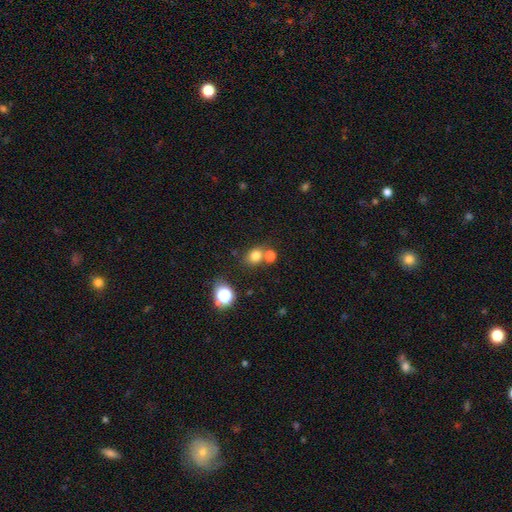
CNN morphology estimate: This appears to be a smooth galaxy with no disk features (76%) that is round (65%). Merging: none (60%).